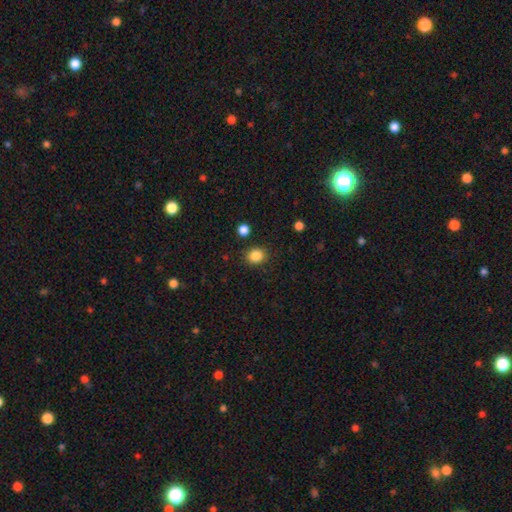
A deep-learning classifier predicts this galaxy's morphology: smooth-or-featured: smooth: 85% | star or artifact: 11% | featured or disk: 4%
  how-rounded: round: 66% | in between: 33% | cigar-shaped: 1%
  merging: none: 86% | minor disturbance: 9% | major disturbance: 3% | merger: 3%